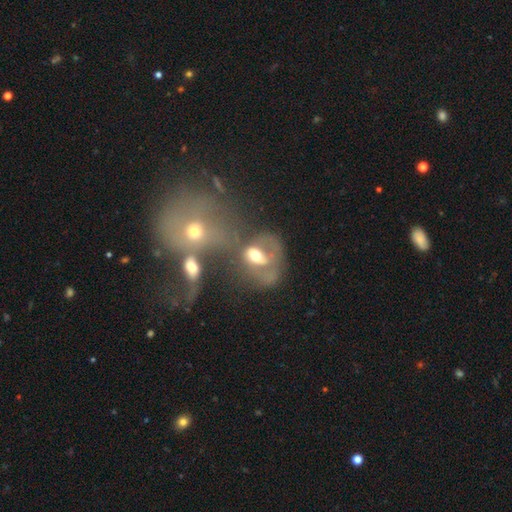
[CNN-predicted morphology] featured or disk 45%, smooth 42%, star or artifact 12%. Down the decision tree: merging — merger (36%).